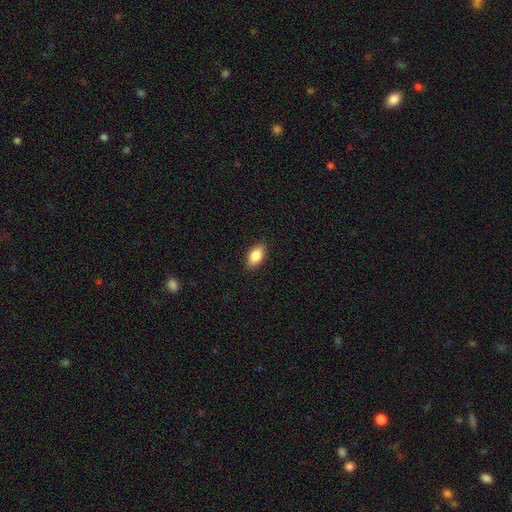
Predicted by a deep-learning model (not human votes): Smooth or featured: smooth — 82% (featured or disk — 10%)
How rounded: in between — 90% (round — 6%)
Merging: none — 88% (minor disturbance — 9%)